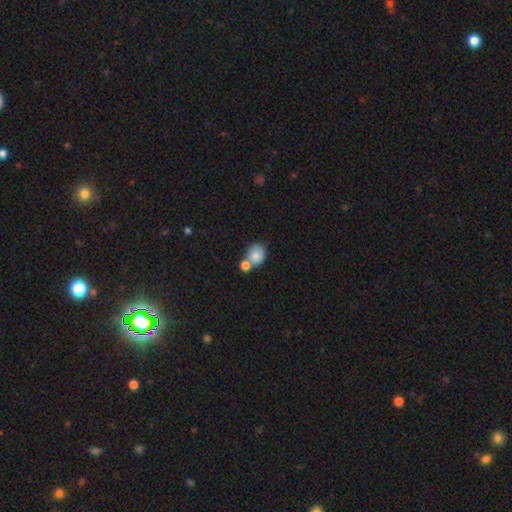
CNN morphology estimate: The model was most divided on "merging": merger: 43%, none: 41%, minor disturbance: 12%, major disturbance: 4%. More confident: smooth or featured — smooth (81%); how rounded — round (55%).